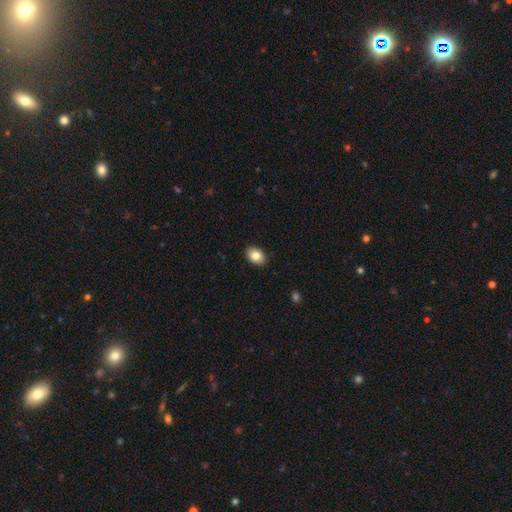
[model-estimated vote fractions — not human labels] A smooth galaxy with no disk features (83%) that is in between round and cigar-shaped (80%). Merging: none (90%).